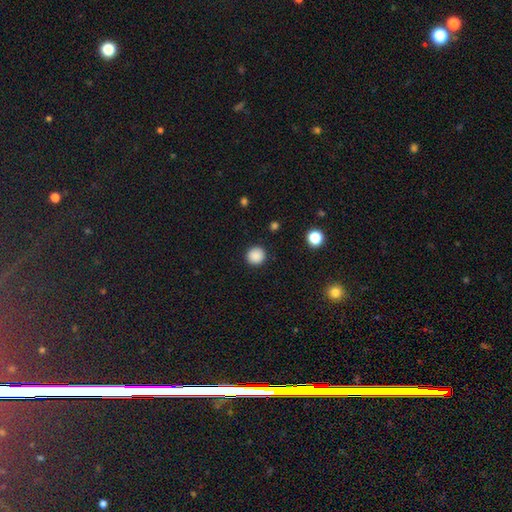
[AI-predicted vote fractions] Smooth or featured? Predicted: smooth (p=0.88). How rounded? Predicted: round (p=0.94). Merging? Predicted: none (p=0.92).